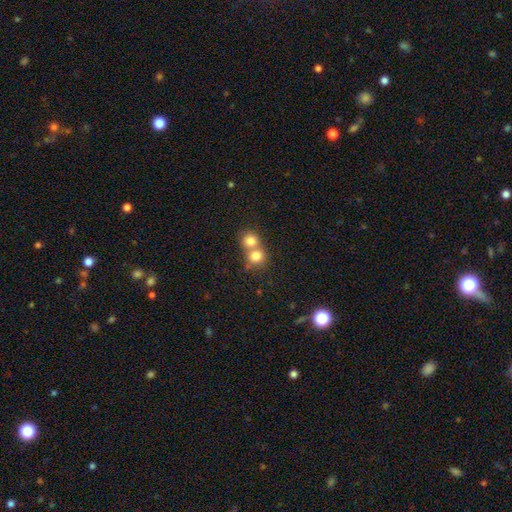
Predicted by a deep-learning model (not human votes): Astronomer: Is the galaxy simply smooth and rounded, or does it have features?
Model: smooth — 79%.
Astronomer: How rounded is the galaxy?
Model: round — 82%.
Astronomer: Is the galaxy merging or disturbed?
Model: merger — 58% (runner-up: none, 35%).